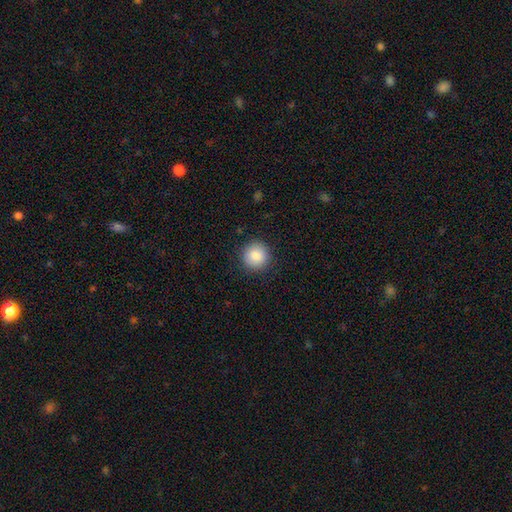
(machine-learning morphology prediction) Q: Smooth or featured?
A: smooth (86%); runner-up: star or artifact (8%)
Q: How rounded?
A: round (94%); runner-up: in between (5%)
Q: Merging?
A: none (90%); runner-up: minor disturbance (7%)